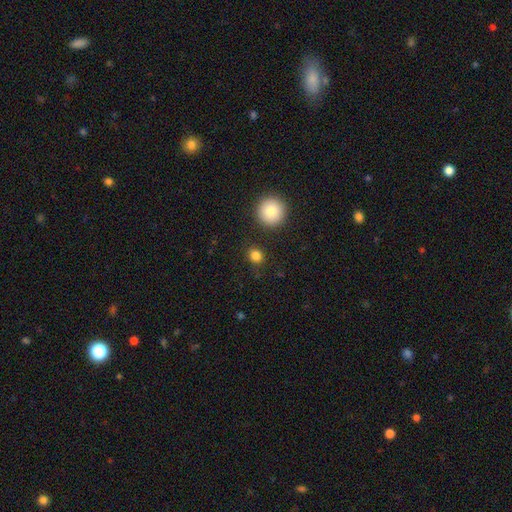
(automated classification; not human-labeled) smooth-or-featured: smooth: 83% | star or artifact: 13% | featured or disk: 5%
  how-rounded: round: 84% | in between: 15% | cigar-shaped: 1%
  merging: none: 87% | minor disturbance: 7% | merger: 3% | major disturbance: 3%